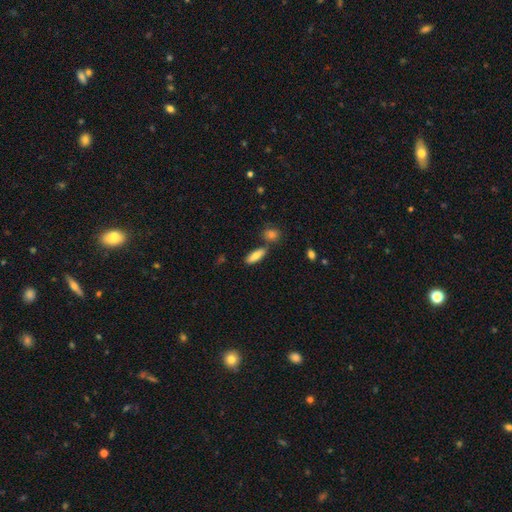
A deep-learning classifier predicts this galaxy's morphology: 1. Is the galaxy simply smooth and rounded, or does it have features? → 80% smooth, 13% featured or disk, 7% star or artifact.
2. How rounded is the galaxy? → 58% in between, 39% cigar-shaped, 4% round.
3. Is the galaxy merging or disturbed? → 74% none, 12% merger, 11% minor disturbance, 3% major disturbance.